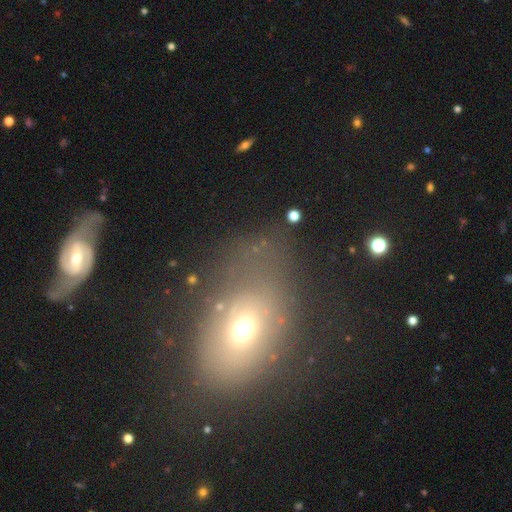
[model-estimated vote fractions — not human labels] A smooth galaxy with no disk features (53%) that is in between round and cigar-shaped (64%). Merging: none (56%).